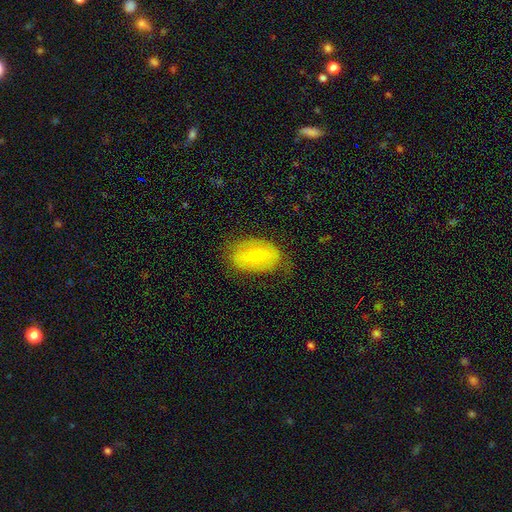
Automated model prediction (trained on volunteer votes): Smooth or featured: smooth — 49% (featured or disk — 44%)
Merging: none — 67% (minor disturbance — 24%)